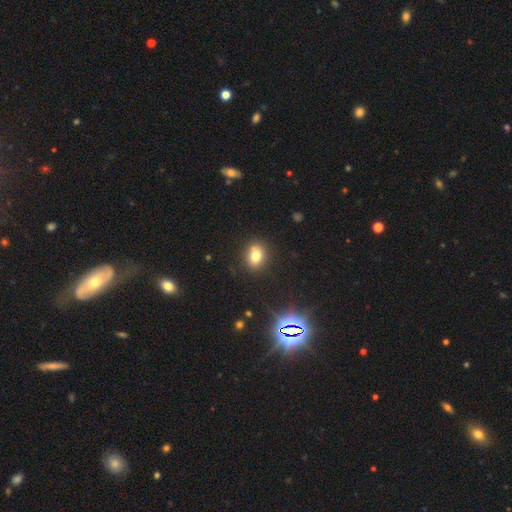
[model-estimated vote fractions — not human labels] Overall: smooth (74%). How rounded: in between (57%; round 42%). Merging: none (82%).